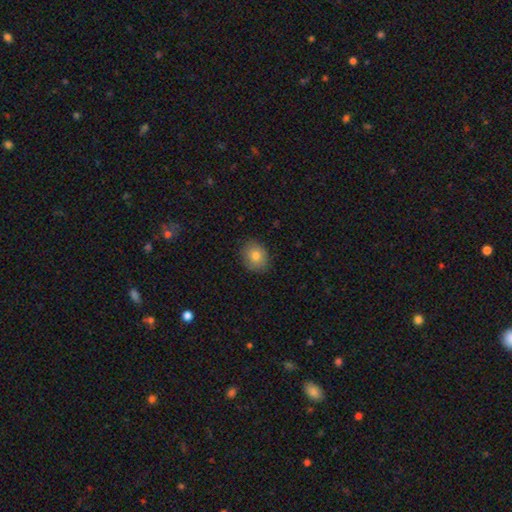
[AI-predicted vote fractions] Smooth or featured?
  - smooth: 81% *
  - featured or disk: 10%
  - star or artifact: 9%
How rounded?
  - round: 59% *
  - in between: 40%
  - cigar-shaped: 1%
Merging?
  - none: 87% *
  - minor disturbance: 10%
  - major disturbance: 2%
  - merger: 1%